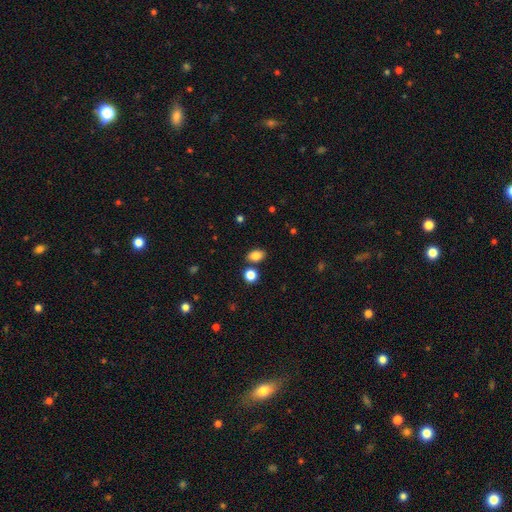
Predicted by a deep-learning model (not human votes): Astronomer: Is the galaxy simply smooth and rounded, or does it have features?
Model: smooth — 83%.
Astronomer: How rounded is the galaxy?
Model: in between — 78%.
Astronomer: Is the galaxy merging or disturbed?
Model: none — 79%.